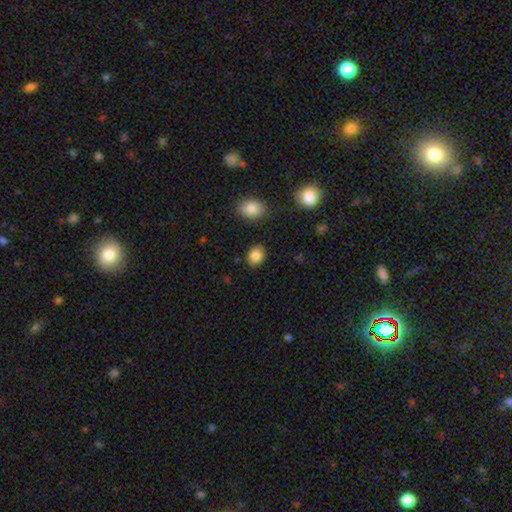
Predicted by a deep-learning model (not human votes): A smooth galaxy with no disk features (86%) that is round (59%). Merging: none (87%).